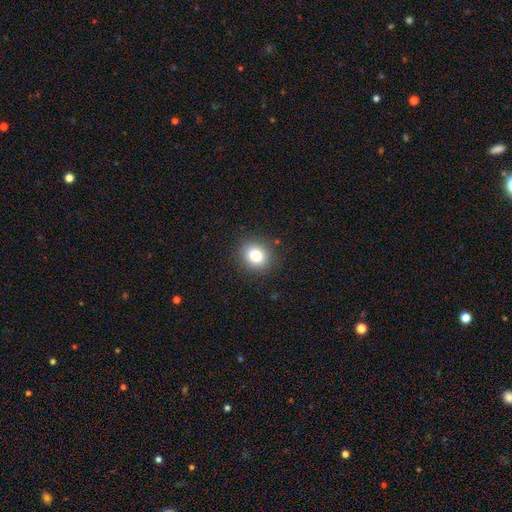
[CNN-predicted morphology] Q: Smooth or featured?
A: smooth (80%); runner-up: star or artifact (11%)
Q: How rounded?
A: round (70%); runner-up: in between (30%)
Q: Merging?
A: none (88%); runner-up: minor disturbance (8%)